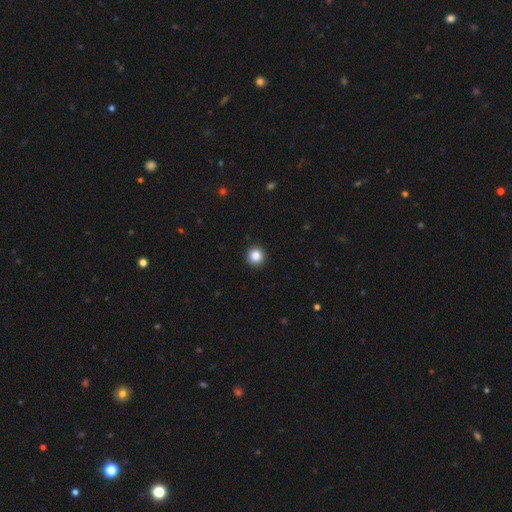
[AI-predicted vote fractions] Q: Smooth or featured?
A: smooth (86%); runner-up: star or artifact (11%)
Q: How rounded?
A: round (95%); runner-up: in between (4%)
Q: Merging?
A: none (93%); runner-up: minor disturbance (5%)